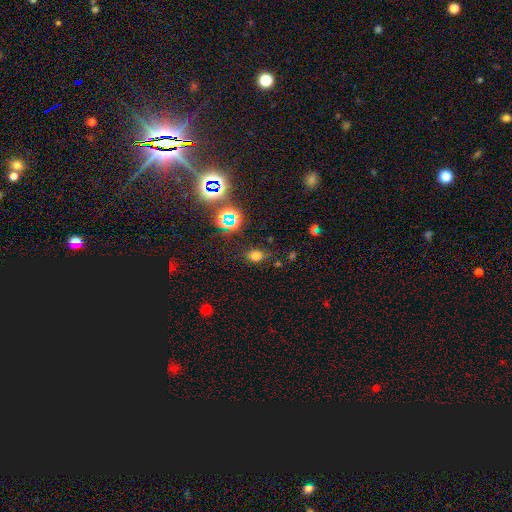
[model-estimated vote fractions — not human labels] Morphology: type=smooth (68%); roundness=in between (59%); merging=none (76%).